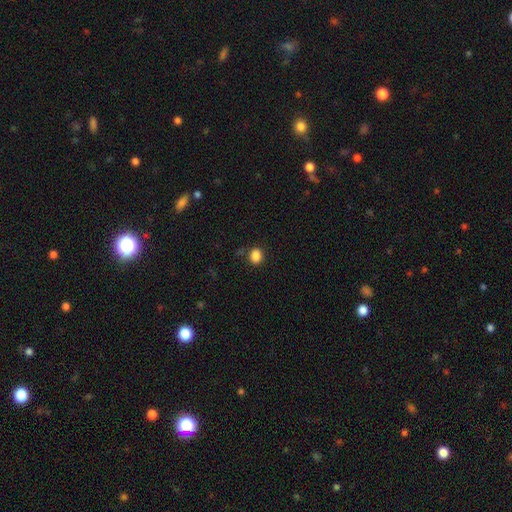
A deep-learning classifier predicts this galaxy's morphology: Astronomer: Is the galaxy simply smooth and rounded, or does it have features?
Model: smooth — 86%.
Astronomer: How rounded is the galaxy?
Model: round — 59% (runner-up: in between, 40%).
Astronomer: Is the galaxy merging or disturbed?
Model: none — 83%.